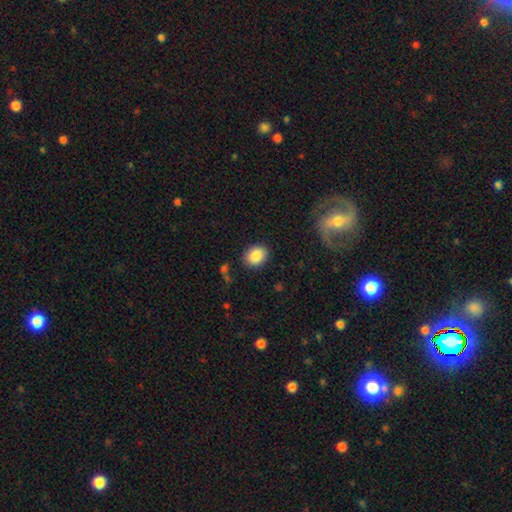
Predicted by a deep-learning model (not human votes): Smooth or featured? smooth (88%)
How rounded? in between (50%)
Merging? none (86%)